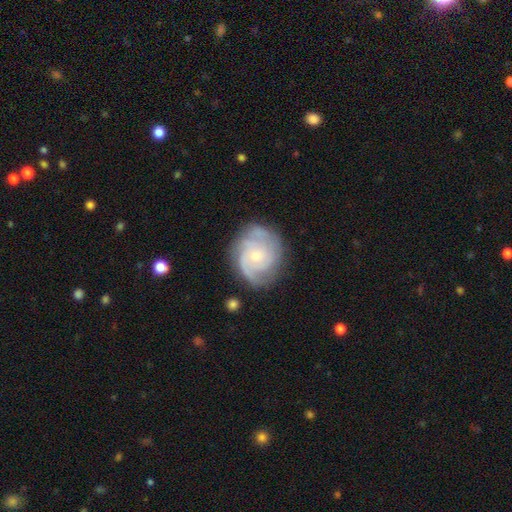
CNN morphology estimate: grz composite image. It shows a featured or disk galaxy (83%) with no bar (73%), 2 (32%) tight (56%) spiral arms (96%) and a small central bulge (69%). Merging: none (74%).